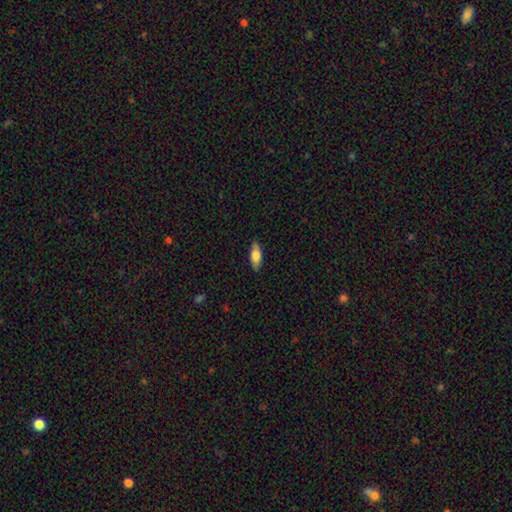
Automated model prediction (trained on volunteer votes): Smooth or featured? smooth (73%)
How rounded? in between (70%)
Merging? none (86%)